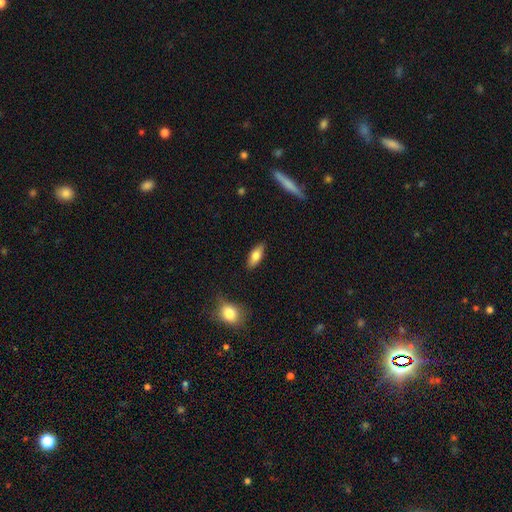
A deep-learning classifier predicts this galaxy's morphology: smooth_or_featured: smooth (p=0.76) [alt: featured or disk p=0.17]
how_rounded: in between (p=0.76) [alt: cigar-shaped p=0.21]
merging: none (p=0.86) [alt: minor disturbance p=0.10]